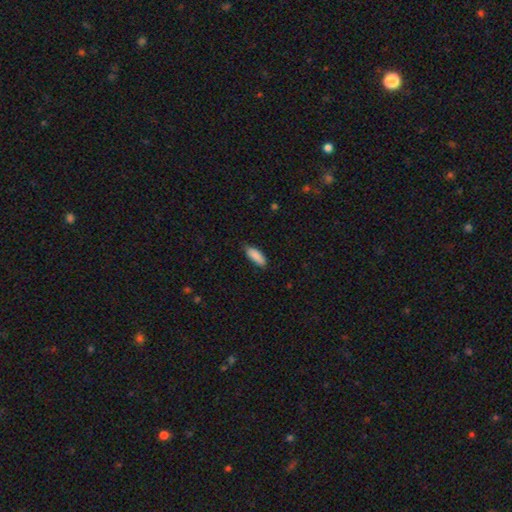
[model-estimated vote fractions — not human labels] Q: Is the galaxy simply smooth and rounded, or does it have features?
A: smooth — 89%.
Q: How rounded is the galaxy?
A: in between — 72%.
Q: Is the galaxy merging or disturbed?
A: none — 76%.